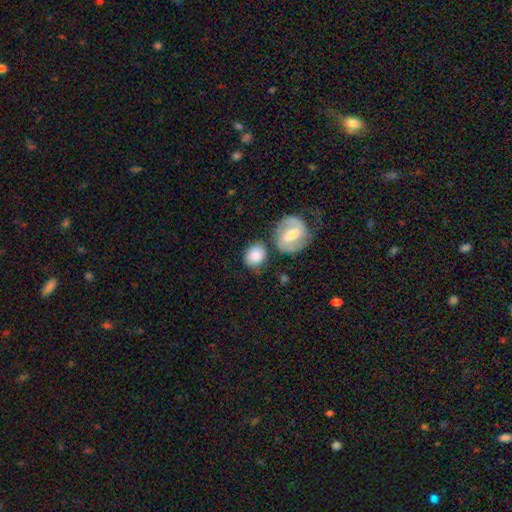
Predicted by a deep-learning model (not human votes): smooth-or-featured: smooth: 78% | featured or disk: 16% | star or artifact: 6%
  how-rounded: round: 62% | in between: 37% | cigar-shaped: 2%
  merging: none: 62% | merger: 17% | minor disturbance: 16% | major disturbance: 5%